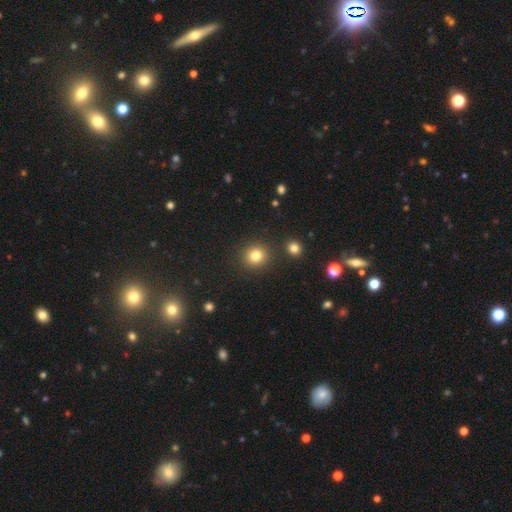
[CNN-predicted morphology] Overall: smooth (82%). How rounded: round (85%). Merging: none (87%).